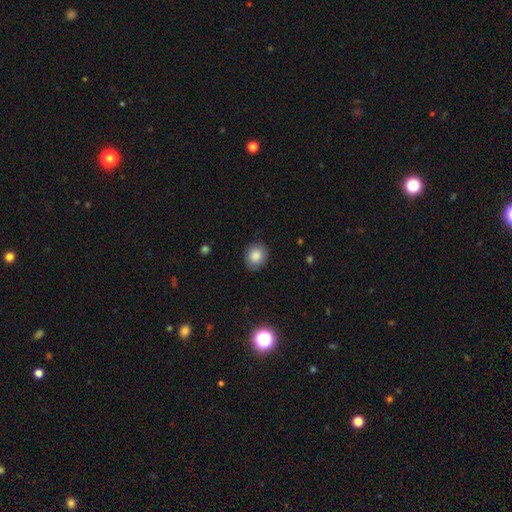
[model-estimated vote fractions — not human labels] smooth_or_featured: smooth (p=0.84) [alt: featured or disk p=0.08]
how_rounded: round (p=0.66) [alt: in between p=0.33]
merging: none (p=0.83) [alt: minor disturbance p=0.13]